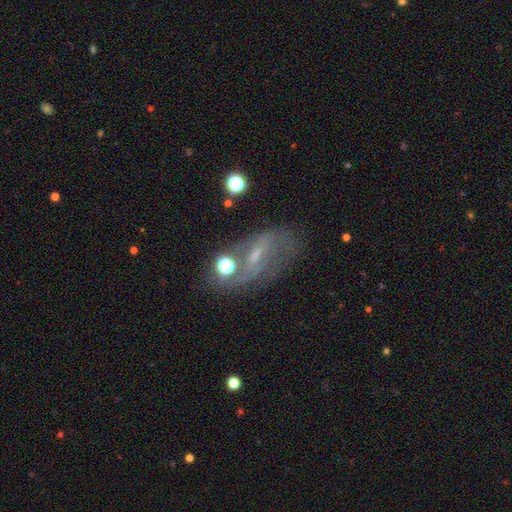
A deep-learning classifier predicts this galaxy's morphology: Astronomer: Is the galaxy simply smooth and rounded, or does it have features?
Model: featured or disk — 60%.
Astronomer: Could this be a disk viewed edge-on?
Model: no — 90%.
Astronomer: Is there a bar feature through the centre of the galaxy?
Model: weak — 46% (runner-up: strong, 28%).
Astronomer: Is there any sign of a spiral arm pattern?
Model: yes — 67%.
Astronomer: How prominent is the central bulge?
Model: small — 49% (runner-up: moderate, 30%).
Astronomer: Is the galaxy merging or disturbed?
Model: none — 50%.